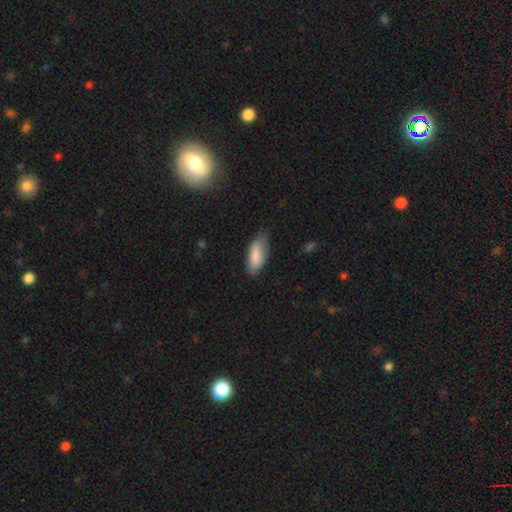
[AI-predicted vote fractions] Overall: smooth (83%). How rounded: in between (81%). Merging: none (62%; minor disturbance 31%).